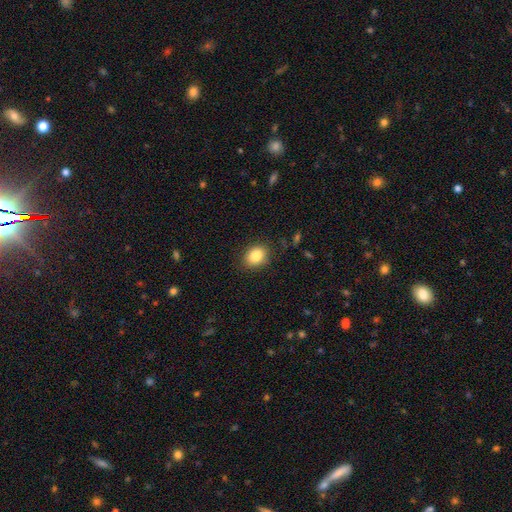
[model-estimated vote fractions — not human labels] smooth_or_featured: smooth (p=0.85) [alt: star or artifact p=0.09]
how_rounded: in between (p=0.57) [alt: round p=0.42]
merging: none (p=0.84) [alt: minor disturbance p=0.11]